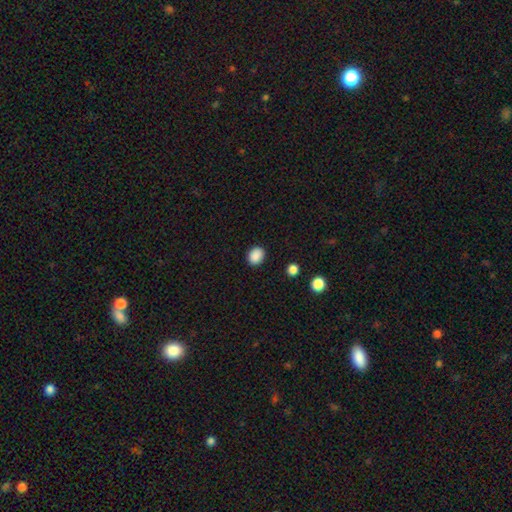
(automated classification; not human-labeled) Smooth or featured? smooth (88%)
How rounded? round (55%)
Merging? none (89%)